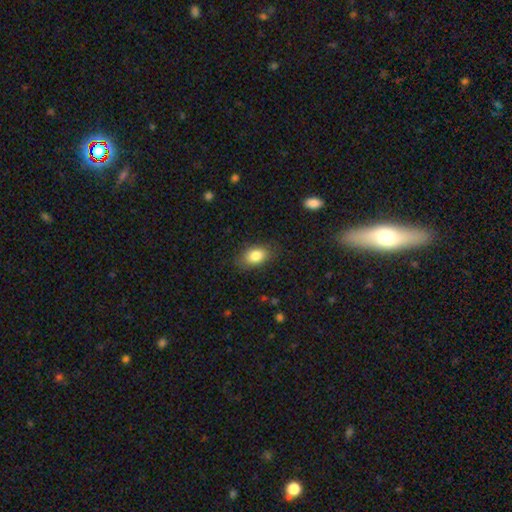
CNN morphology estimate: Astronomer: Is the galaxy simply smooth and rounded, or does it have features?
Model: smooth — 83%.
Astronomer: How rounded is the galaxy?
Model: in between — 87%.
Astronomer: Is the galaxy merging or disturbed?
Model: none — 82%.